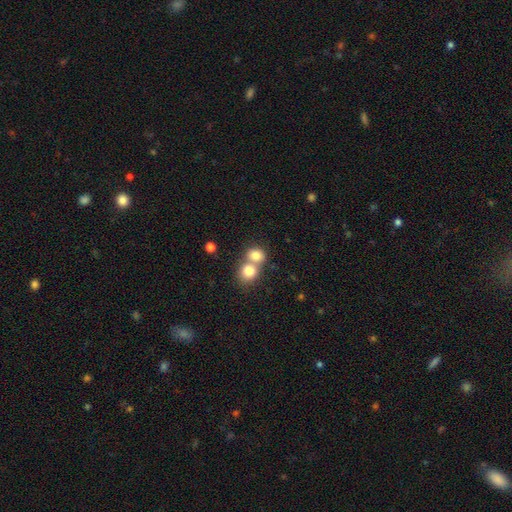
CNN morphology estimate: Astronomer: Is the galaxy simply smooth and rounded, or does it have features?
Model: smooth — 79%.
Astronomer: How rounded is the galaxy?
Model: round — 64%.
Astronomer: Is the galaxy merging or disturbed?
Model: merger — 61%.